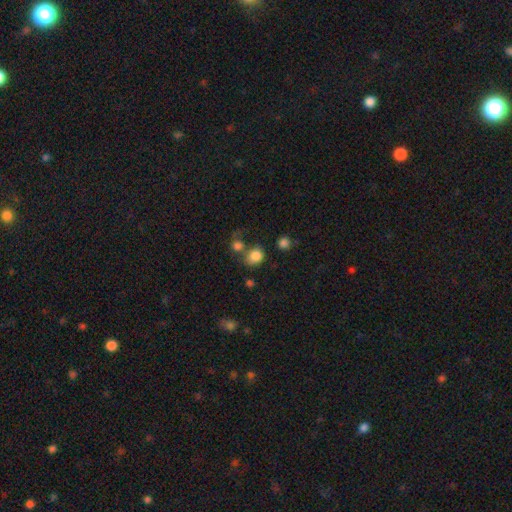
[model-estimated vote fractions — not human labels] A smooth galaxy with no disk features (82%) that is round (65%). Merging: none (56%).